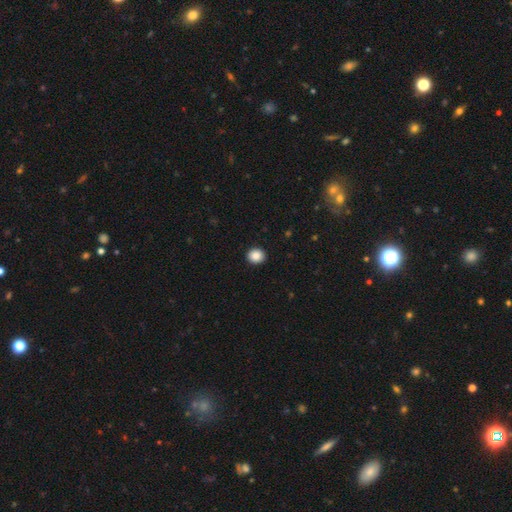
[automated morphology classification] The model was most divided on "how rounded": round: 73%, in between: 26%, cigar-shaped: 1%. More confident: merging — none (92%); smooth or featured — smooth (89%).